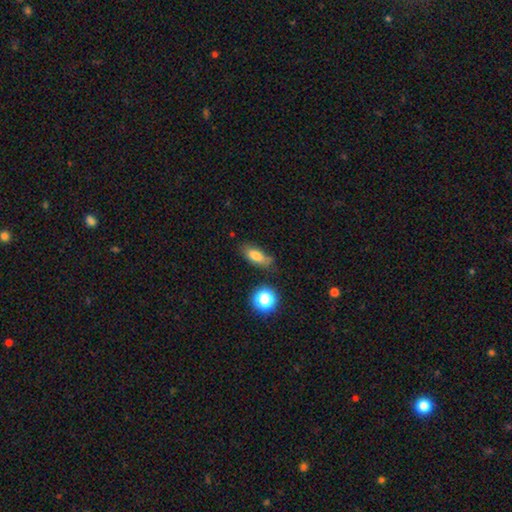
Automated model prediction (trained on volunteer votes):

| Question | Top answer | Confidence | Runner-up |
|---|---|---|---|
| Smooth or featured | smooth | 78% | star or artifact (12%) |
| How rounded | in between | 74% | cigar-shaped (19%) |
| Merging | none | 63% | minor disturbance (24%) |